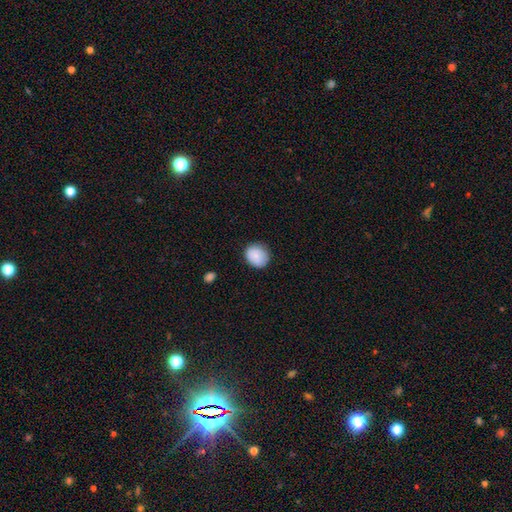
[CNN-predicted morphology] Q: Smooth or featured?
A: smooth (82%); runner-up: featured or disk (10%)
Q: How rounded?
A: round (71%); runner-up: in between (28%)
Q: Merging?
A: none (81%); runner-up: minor disturbance (15%)